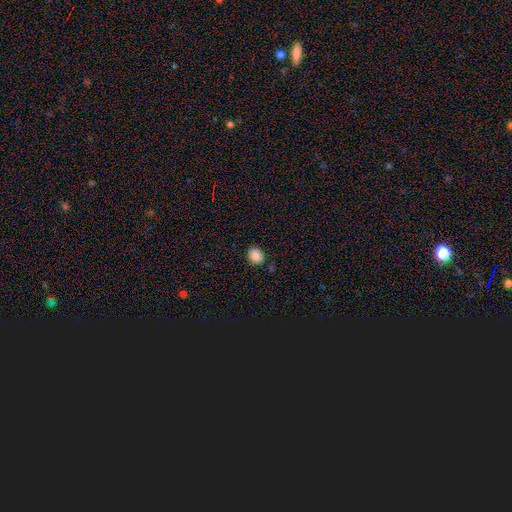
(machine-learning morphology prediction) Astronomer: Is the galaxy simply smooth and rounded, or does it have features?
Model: smooth — 86%.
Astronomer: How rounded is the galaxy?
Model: round — 67%.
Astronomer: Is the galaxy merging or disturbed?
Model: none — 86%.